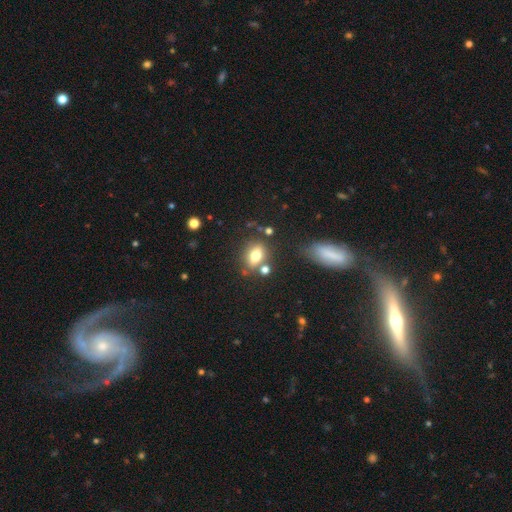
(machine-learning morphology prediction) Q: Smooth or featured?
A: smooth (70%); runner-up: featured or disk (19%)
Q: How rounded?
A: in between (71%); runner-up: round (24%)
Q: Merging?
A: none (70%); runner-up: minor disturbance (14%)